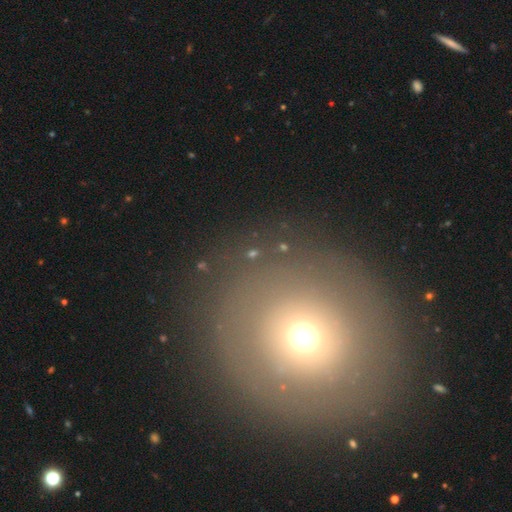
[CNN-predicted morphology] A smooth galaxy with no disk features (58%) that is round (89%). Merging: none (78%).